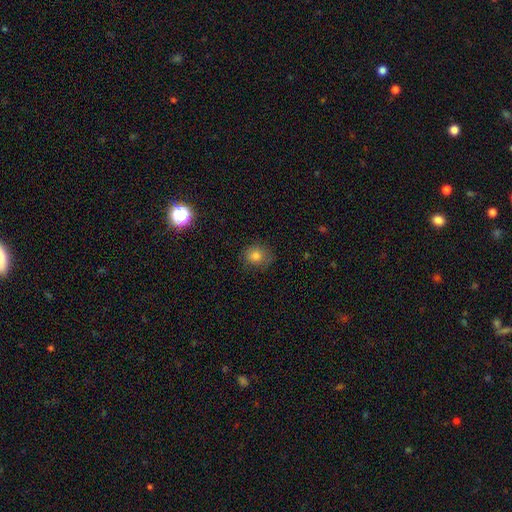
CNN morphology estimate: Smooth or featured?
  - smooth: 79% *
  - star or artifact: 14%
  - featured or disk: 7%
How rounded?
  - round: 80% *
  - in between: 19%
  - cigar-shaped: 1%
Merging?
  - none: 79% *
  - minor disturbance: 16%
  - major disturbance: 4%
  - merger: 1%